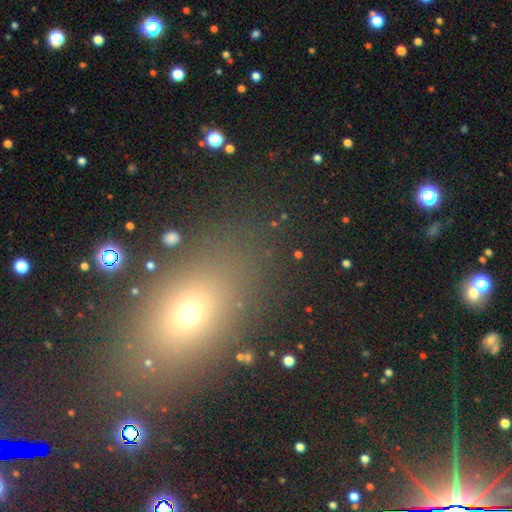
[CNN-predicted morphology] Smooth or featured: smooth — 52% (star or artifact — 34%)
How rounded: in between — 63% (round — 31%)
Merging: none — 83% (minor disturbance — 8%)